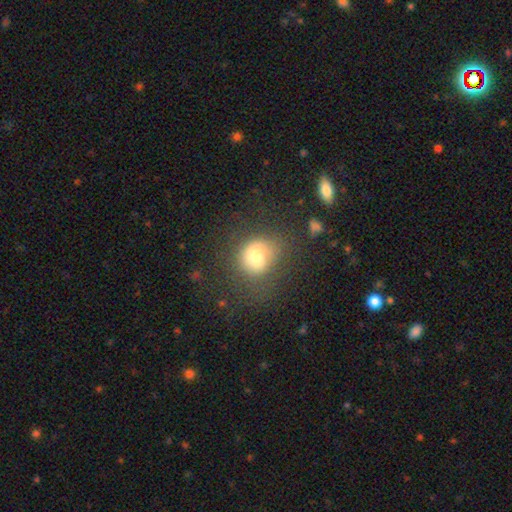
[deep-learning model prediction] Overall: smooth (70%). How rounded: round (67%; in between 32%). Merging: none (50%; minor disturbance 22%).